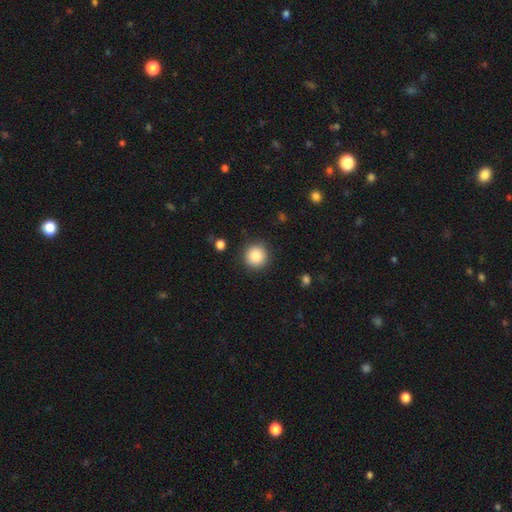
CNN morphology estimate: Overall: smooth (87%). How rounded: round (94%). Merging: none (90%).